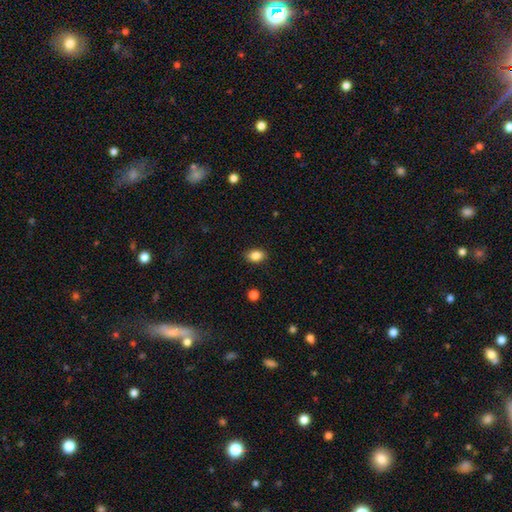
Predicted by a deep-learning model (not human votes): This appears to be a smooth galaxy with no disk features (86%) that is in between round and cigar-shaped (78%). Merging: none (87%).